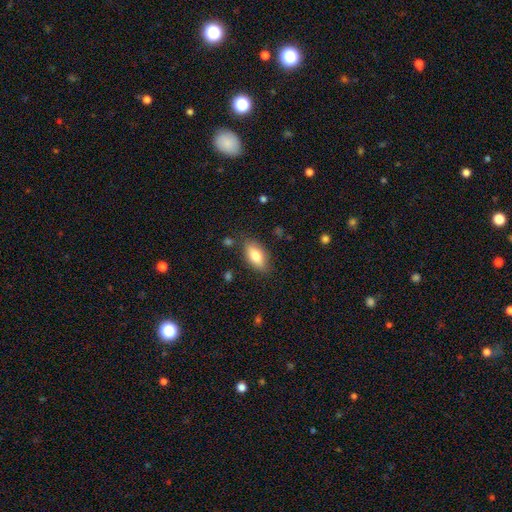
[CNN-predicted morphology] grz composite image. It shows a smooth galaxy with no disk features (76%) that is in between round and cigar-shaped (86%). Merging: none (81%).